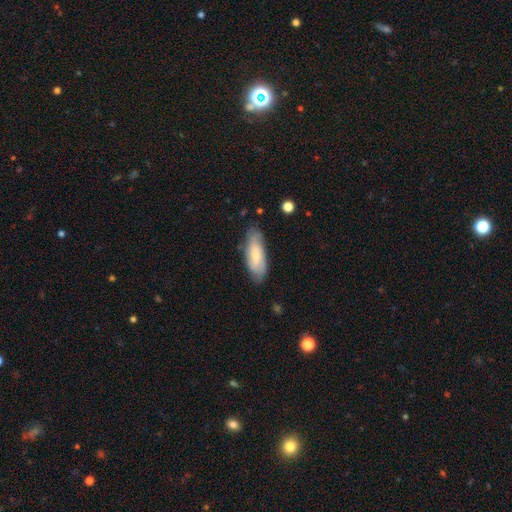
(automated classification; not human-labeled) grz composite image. It shows a smooth galaxy with no disk features (61%) that is in between round and cigar-shaped (66%). Merging: none (76%).